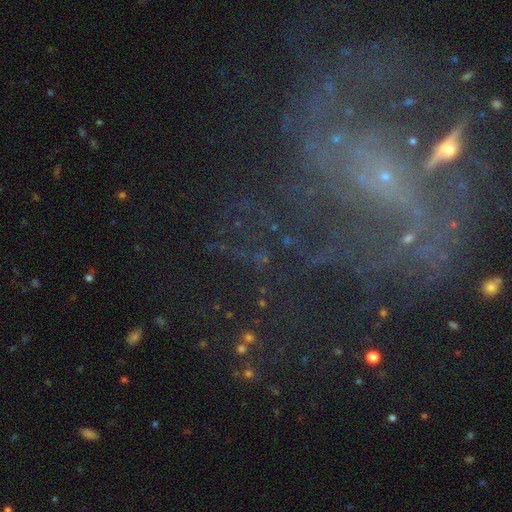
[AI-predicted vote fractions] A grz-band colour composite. It shows a featured or disk galaxy (66%) with no bar (51%), tight (41%) spiral arms (82%) and a small central bulge (78%). Merging: none (60%).